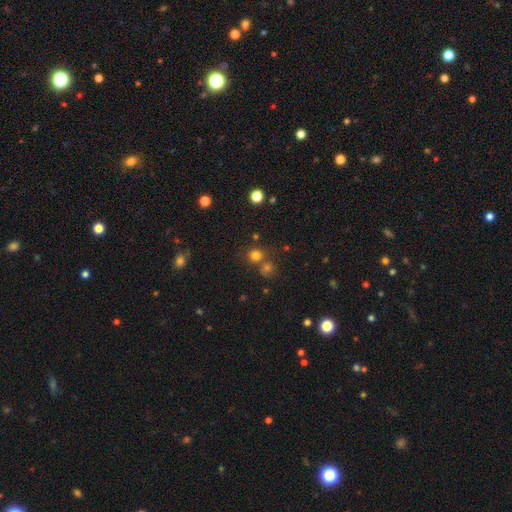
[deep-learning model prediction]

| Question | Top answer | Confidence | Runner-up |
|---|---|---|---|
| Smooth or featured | smooth | 74% | star or artifact (20%) |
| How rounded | round | 89% | in between (10%) |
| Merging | none | 67% | merger (22%) |